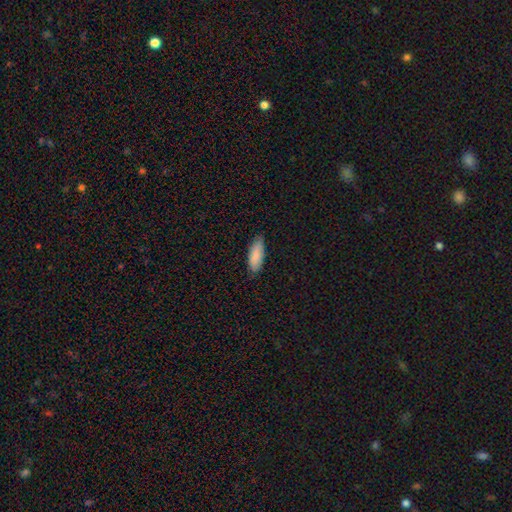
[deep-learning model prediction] Smooth or featured? smooth (87%)
How rounded? in between (68%)
Merging? none (82%)